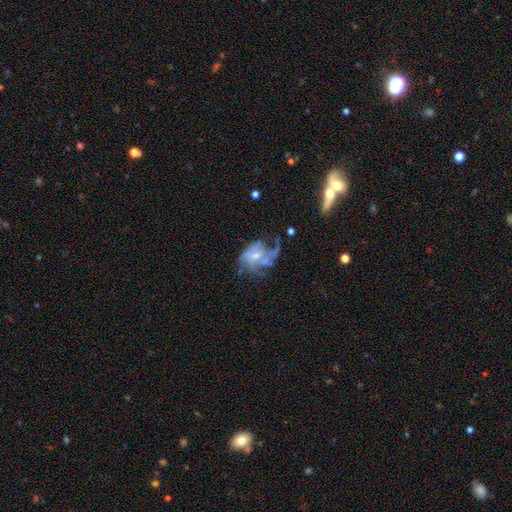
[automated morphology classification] Smooth or featured: featured or disk — 72% (smooth — 18%)
Edge-on disk: no — 98% (yes — 2%)
Bar: no — 63% (weak — 31%)
Spiral arms: yes — 70% (no — 30%)
Bulge size: small — 52% (moderate — 37%)
Merging: major disturbance — 45% (none — 31%)